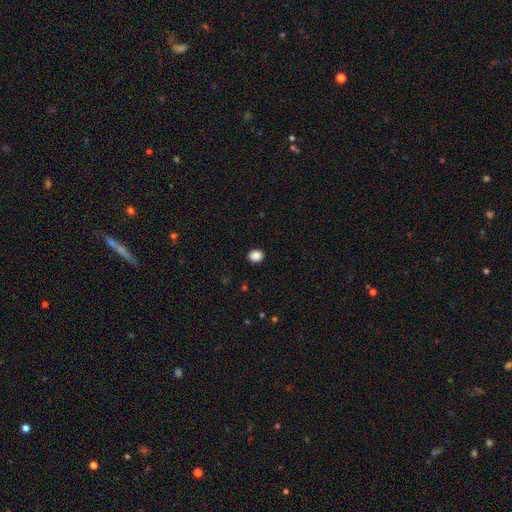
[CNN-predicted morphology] A smooth galaxy with no disk features (88%) that is round (57%).

Vote fractions:
- Smooth or featured? smooth: 88% / star or artifact: 9% / featured or disk: 3%
- How rounded? round: 57% / in between: 42% / cigar-shaped: 1%
- Merging? none: 90% / minor disturbance: 7% / major disturbance: 2% / merger: 1%